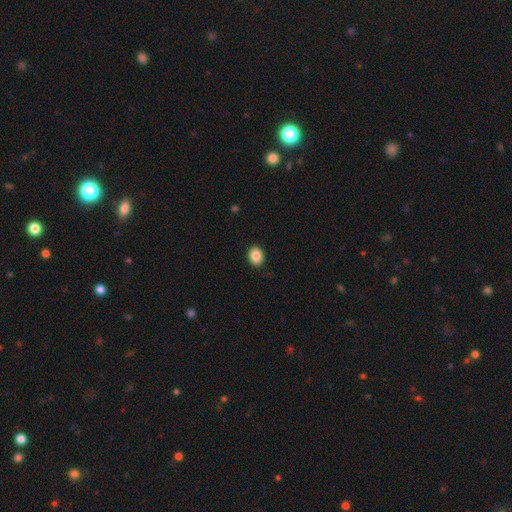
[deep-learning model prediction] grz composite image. It shows a smooth galaxy with no disk features (87%) that is in between round and cigar-shaped (64%). Merging: none (90%).